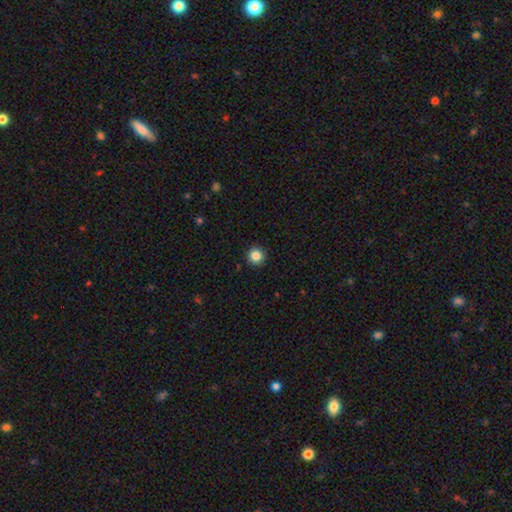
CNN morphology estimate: Smooth or featured?
  - smooth: 85% *
  - star or artifact: 10%
  - featured or disk: 4%
How rounded?
  - round: 95% *
  - in between: 4%
  - cigar-shaped: 1%
Merging?
  - none: 93% *
  - minor disturbance: 5%
  - major disturbance: 2%
  - merger: 1%